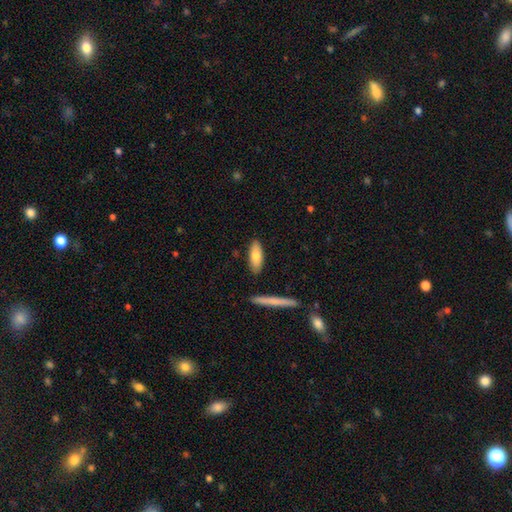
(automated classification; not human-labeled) The model was most divided on "how rounded": in between: 64%, cigar-shaped: 34%, round: 2%. More confident: merging — none (85%); smooth or featured — smooth (76%).